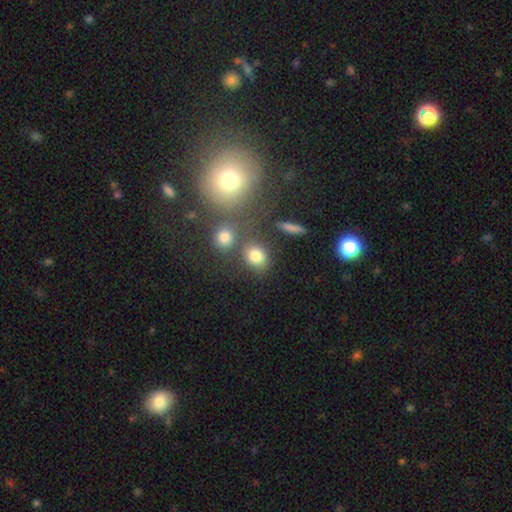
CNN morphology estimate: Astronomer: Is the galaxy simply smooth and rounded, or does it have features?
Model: smooth — 78%.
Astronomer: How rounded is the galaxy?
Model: in between — 49%, tied with round at 49%.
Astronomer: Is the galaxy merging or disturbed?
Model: none — 69%.